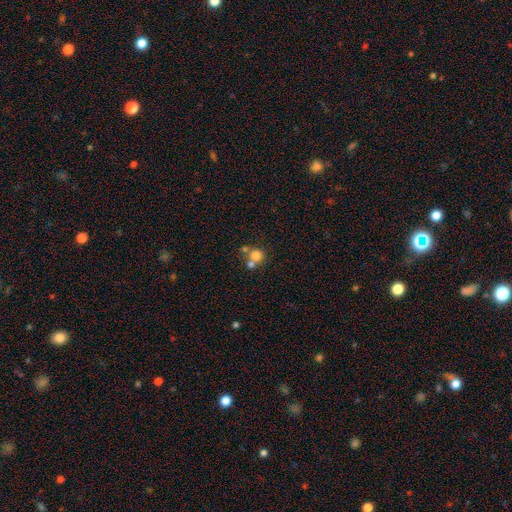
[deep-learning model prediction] A smooth galaxy with no disk features (76%) that is round (87%). Merging: none (47%).